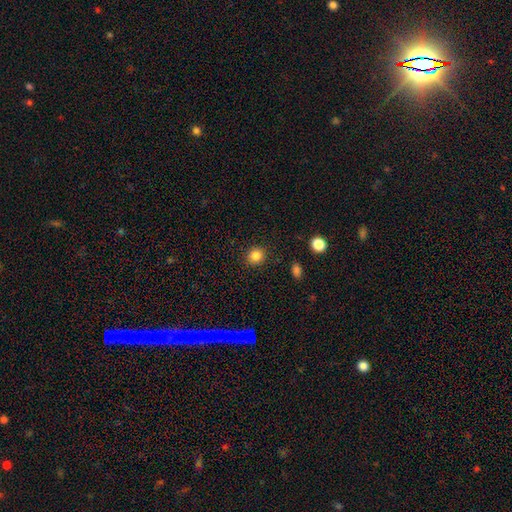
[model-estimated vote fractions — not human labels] Morphology: type=smooth (85%); roundness=round (88%); merging=none (90%).